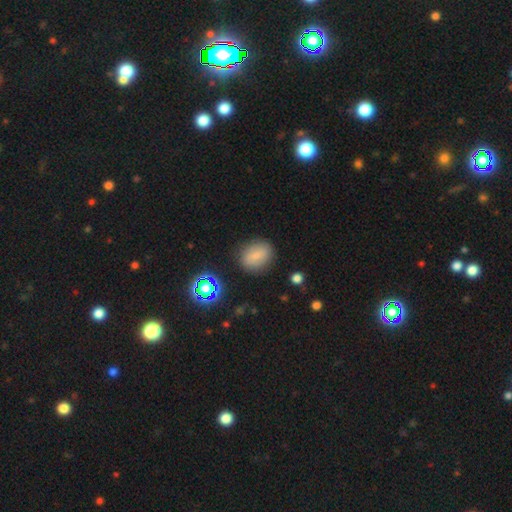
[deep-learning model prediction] This is likely a smooth galaxy (75%). How rounded: possibly in between (55%). Merging: clearly none (83%).